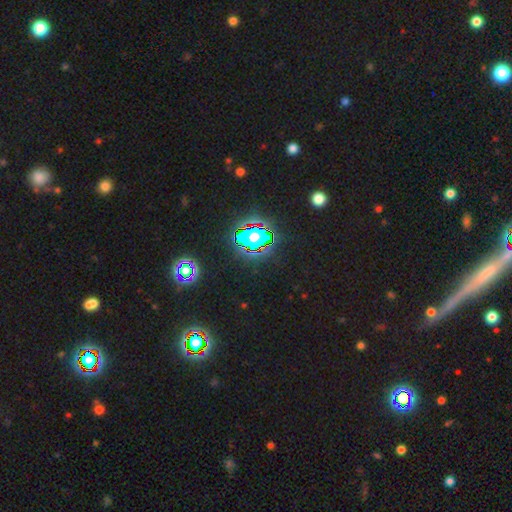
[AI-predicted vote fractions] A star or artifact, not a galaxy (74%).